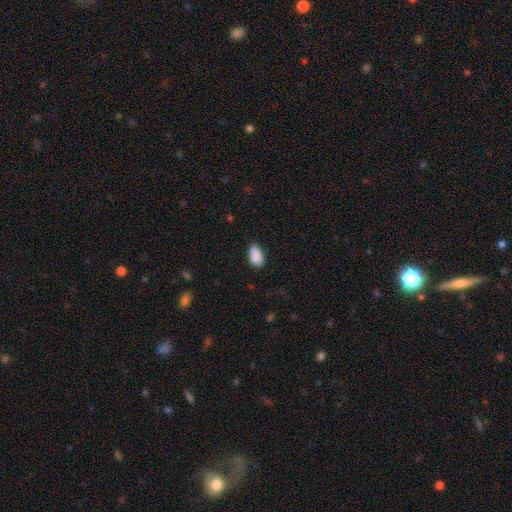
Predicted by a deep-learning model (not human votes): smooth-or-featured: smooth: 90% | star or artifact: 7% | featured or disk: 3%
  how-rounded: in between: 94% | round: 4% | cigar-shaped: 2%
  merging: none: 79% | minor disturbance: 17% | major disturbance: 3% | merger: 1%